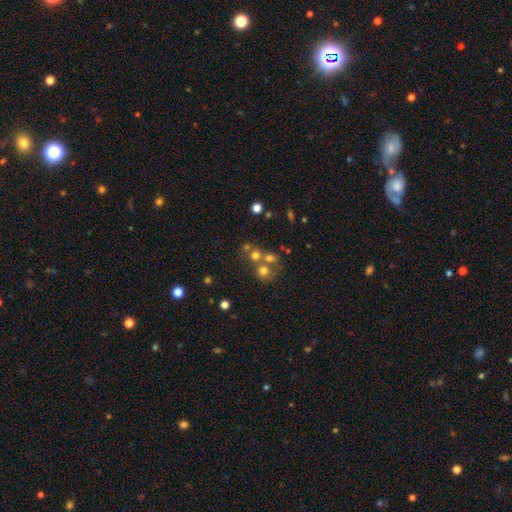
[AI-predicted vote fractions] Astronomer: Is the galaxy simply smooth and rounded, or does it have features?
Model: smooth — 63%.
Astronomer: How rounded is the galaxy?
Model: round — 82%.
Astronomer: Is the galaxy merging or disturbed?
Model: merger — 45% (runner-up: none, 44%).